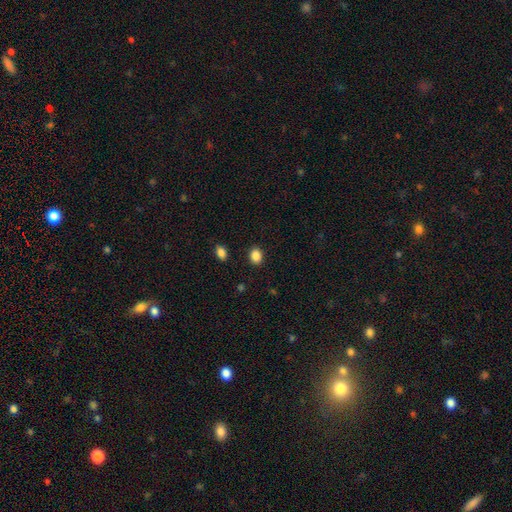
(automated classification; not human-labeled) This is clearly a smooth galaxy (87%). How rounded: possibly in between (58%). Merging: clearly none (89%).